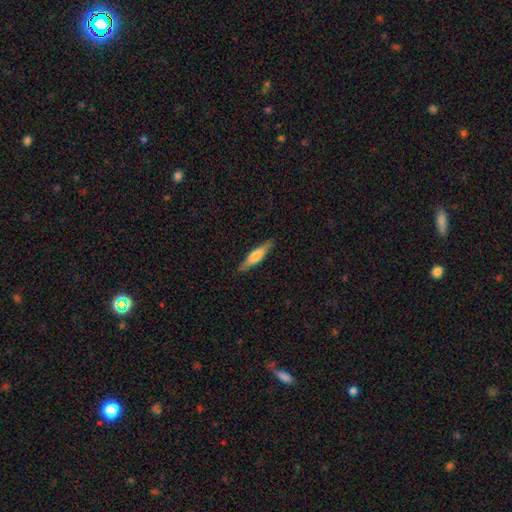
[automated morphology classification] This is possibly a smooth galaxy (60%). How rounded: clearly cigar-shaped (82%). Merging: clearly none (87%).